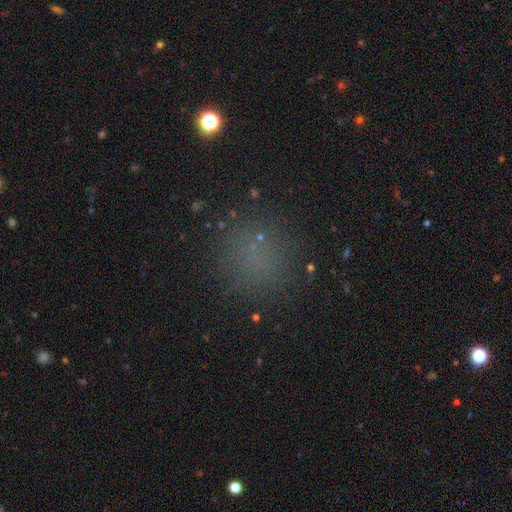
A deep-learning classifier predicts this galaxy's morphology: smooth 67%, star or artifact 26%, featured or disk 7%. Down the decision tree: how rounded — round (88%); merging — none (84%).